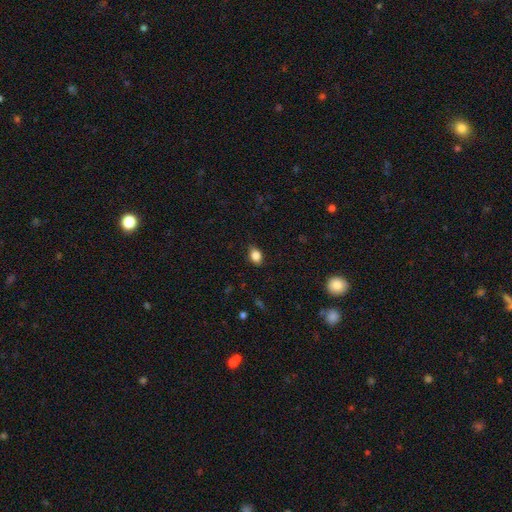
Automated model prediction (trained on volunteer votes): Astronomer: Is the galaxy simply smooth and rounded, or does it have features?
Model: smooth — 85%.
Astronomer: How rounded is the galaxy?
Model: in between — 77%.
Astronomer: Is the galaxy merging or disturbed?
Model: none — 84%.